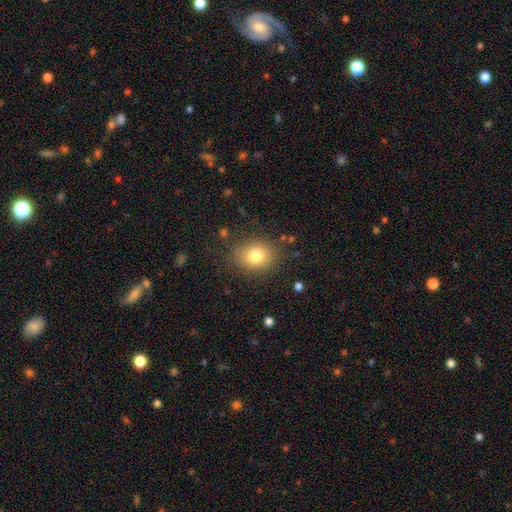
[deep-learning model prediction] Q: Smooth or featured?
A: smooth (79%); runner-up: star or artifact (11%)
Q: How rounded?
A: round (56%); runner-up: in between (43%)
Q: Merging?
A: none (83%); runner-up: minor disturbance (11%)